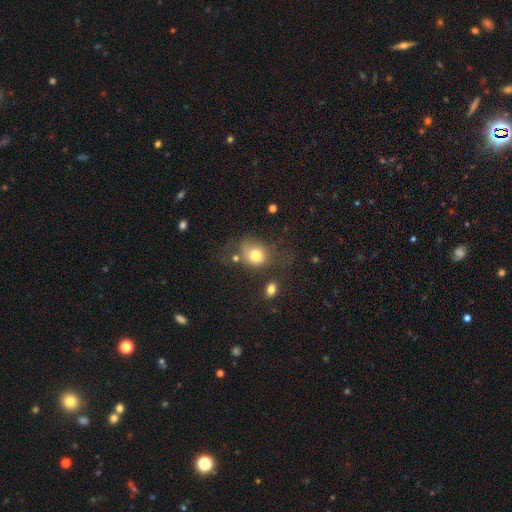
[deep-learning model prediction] The model was most divided on "merging": none: 46%, minor disturbance: 24%, major disturbance: 20%, merger: 9%. More confident: smooth or featured — smooth (76%); how rounded — round (63%).